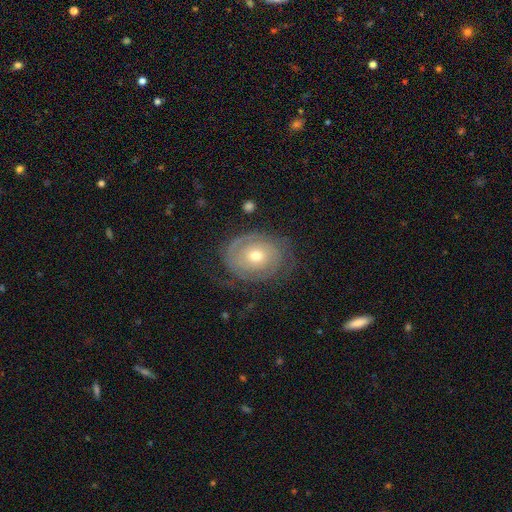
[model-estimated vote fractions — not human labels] smooth-or-featured: featured or disk: 76% | smooth: 17% | star or artifact: 6%
  disk-edge-on: no: 96% | yes: 4%
    bar: no: 79% | weak: 17% | strong: 4%
    has-spiral-arms: yes: 87% | no: 13%
      spiral-winding: tight: 71% | medium: 21% | loose: 9%
      spiral-arm-count: 2: 47% | can't tell: 28% | 1: 11% | 3: 8% | 4: 3% | more than 4: 3%
    bulge-size: moderate: 62% | small: 33% | large: 3% | dominant: 1% | none: 1%
  merging: none: 69% | minor disturbance: 18% | major disturbance: 11% | merger: 1%